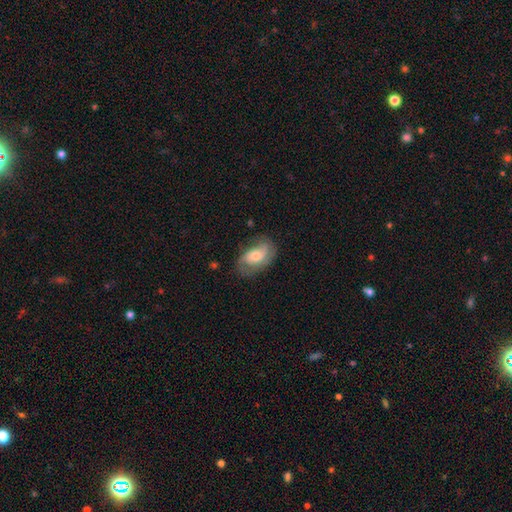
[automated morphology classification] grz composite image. It shows a featured or disk galaxy (58%) with no bar (64%), spiral arms (84%) and a moderate central bulge (55%). Merging: none (64%).